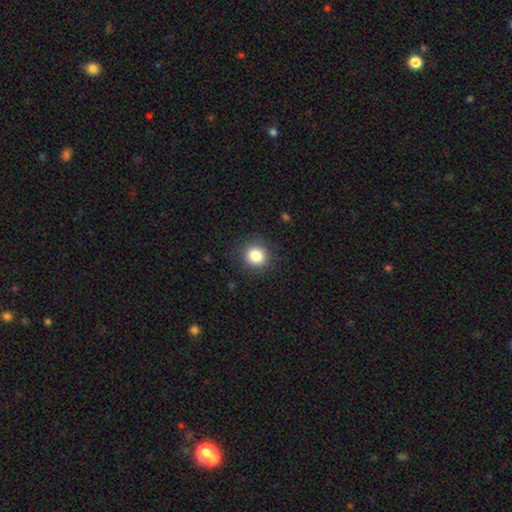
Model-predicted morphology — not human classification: This is clearly a smooth galaxy (84%). How rounded: clearly round (91%). Merging: clearly none (89%).